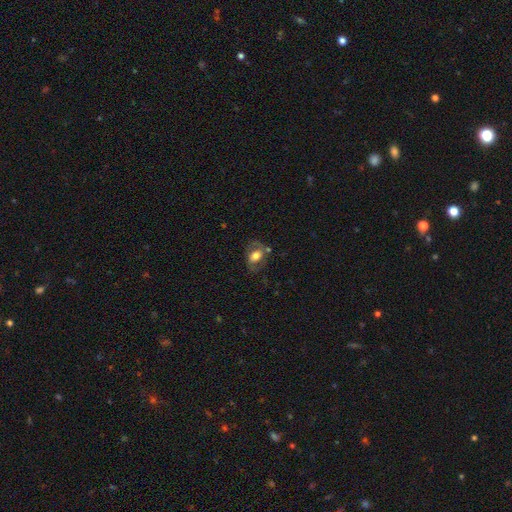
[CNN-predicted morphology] Smooth or featured?
  - smooth: 50% *
  - featured or disk: 42%
  - star or artifact: 8%
Merging?
  - none: 61% *
  - minor disturbance: 21%
  - major disturbance: 13%
  - merger: 5%